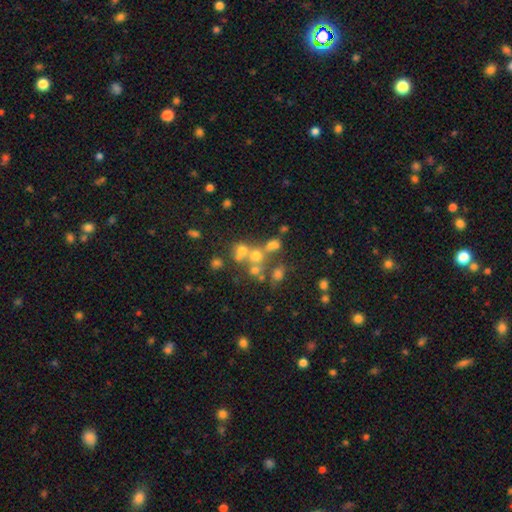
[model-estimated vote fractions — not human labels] This appears to be a star or artifact, not a galaxy (43%).